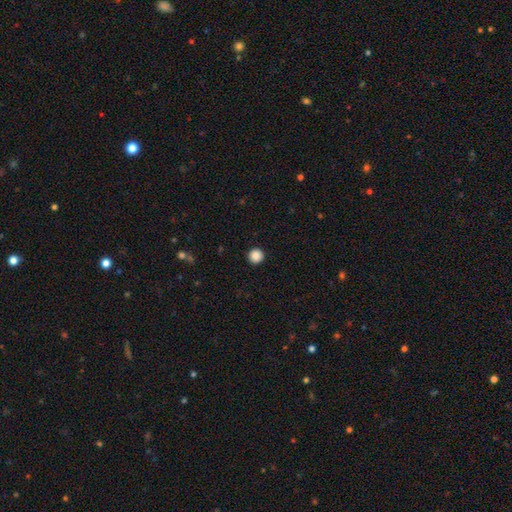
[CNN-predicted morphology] smooth-or-featured: smooth: 88% | star or artifact: 9% | featured or disk: 3%
  how-rounded: round: 96% | in between: 3% | cigar-shaped: 1%
  merging: none: 93% | minor disturbance: 4% | major disturbance: 2% | merger: 1%